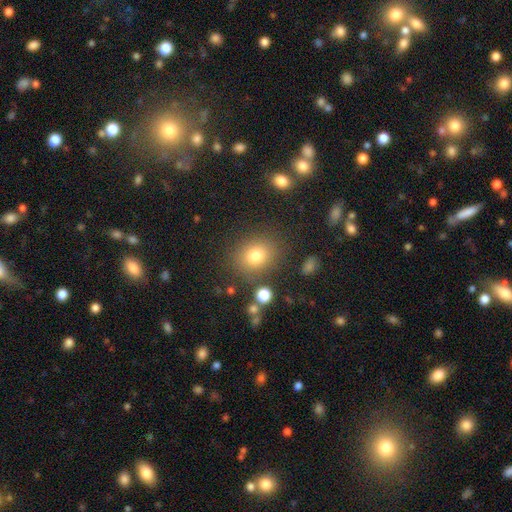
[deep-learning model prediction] This appears to be a smooth galaxy with no disk features (78%) that is round (65%). Merging: none (82%).